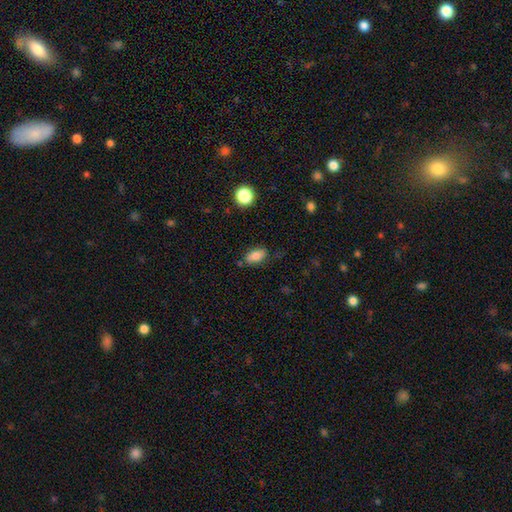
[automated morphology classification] This appears to be a smooth galaxy with no disk features (79%) that is in between round and cigar-shaped (89%). Merging: none (72%).